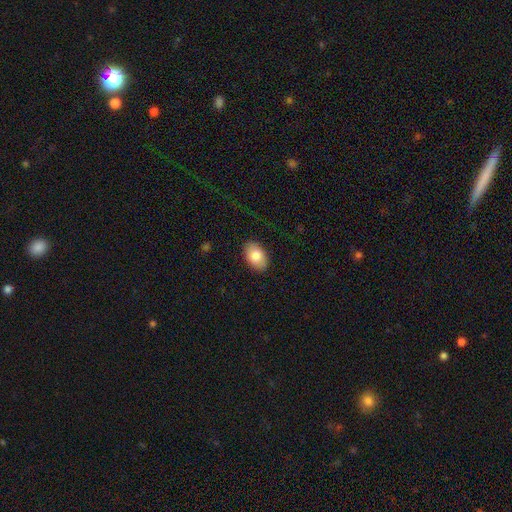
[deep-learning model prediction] A smooth galaxy with no disk features (83%) that is in between round and cigar-shaped (90%). Merging: none (87%).